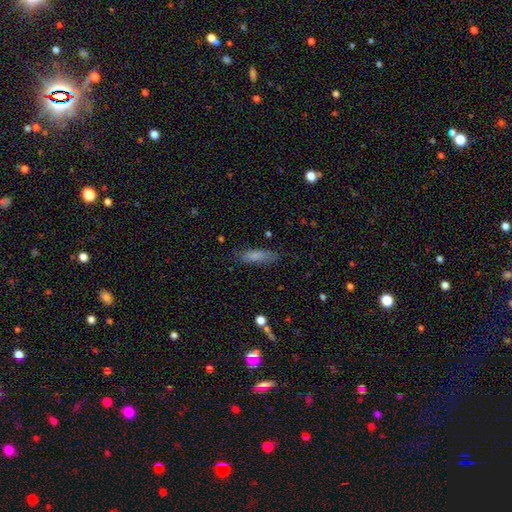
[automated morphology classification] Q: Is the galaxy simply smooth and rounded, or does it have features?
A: smooth — 80%.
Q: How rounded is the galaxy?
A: cigar-shaped — 58%.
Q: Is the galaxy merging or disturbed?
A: none — 78%.